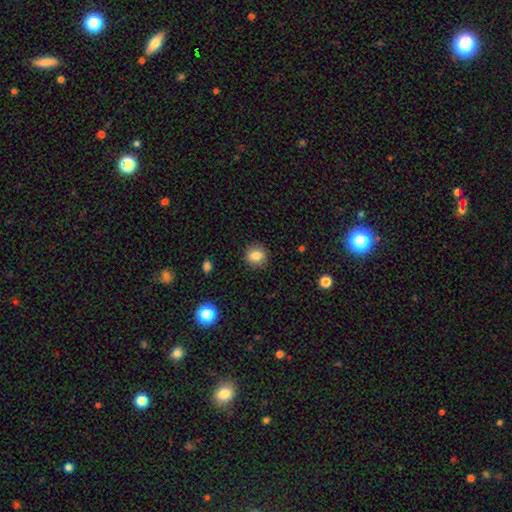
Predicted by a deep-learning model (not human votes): Smooth or featured: smooth — 84% (star or artifact — 10%)
How rounded: round — 84% (in between — 15%)
Merging: none — 89% (minor disturbance — 7%)